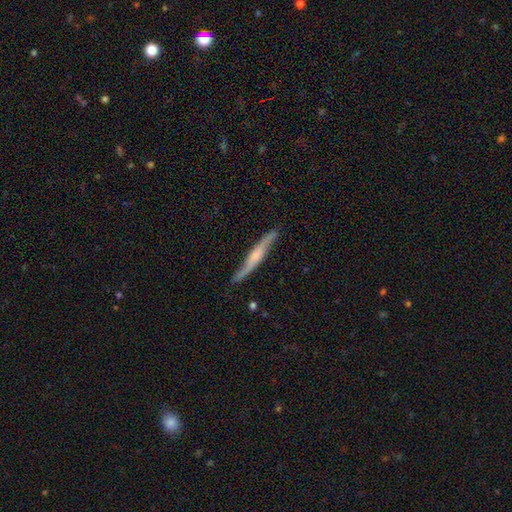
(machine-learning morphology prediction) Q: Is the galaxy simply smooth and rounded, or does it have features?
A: featured or disk — 66%.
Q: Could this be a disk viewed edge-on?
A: yes — 82%.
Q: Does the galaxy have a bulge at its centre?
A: rounded — 52%.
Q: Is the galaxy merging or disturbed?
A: none — 80%.